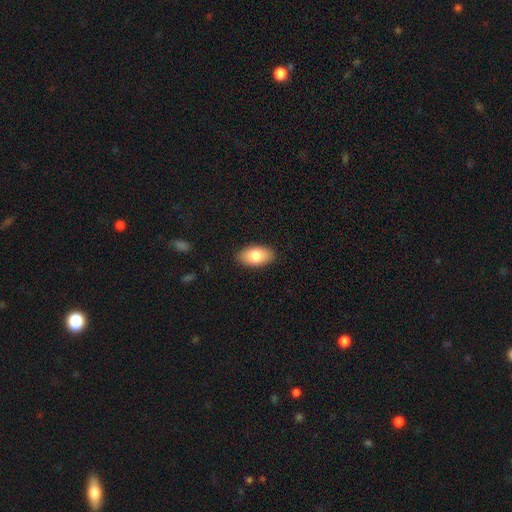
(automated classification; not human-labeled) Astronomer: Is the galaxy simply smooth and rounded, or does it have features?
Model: smooth — 82%.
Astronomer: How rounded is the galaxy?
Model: in between — 94%.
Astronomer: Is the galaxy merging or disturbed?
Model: none — 89%.